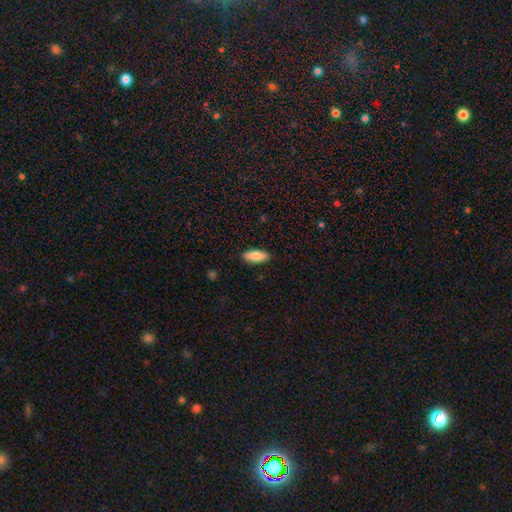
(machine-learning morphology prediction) This appears to be a smooth galaxy with no disk features (82%) that is in between round and cigar-shaped (76%). Merging: none (89%).